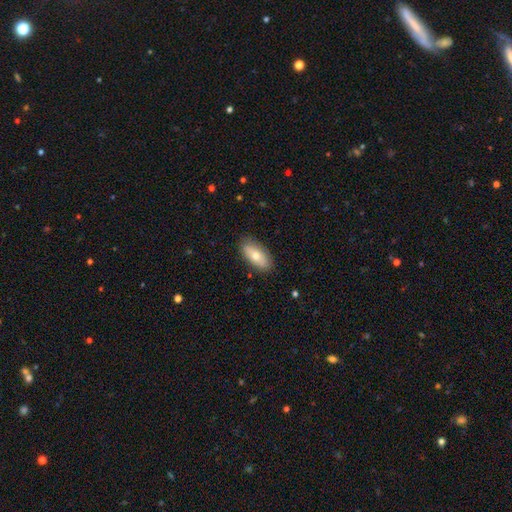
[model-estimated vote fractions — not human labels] This appears to be a smooth galaxy with no disk features (69%) that is in between round and cigar-shaped (87%). Merging: none (86%).